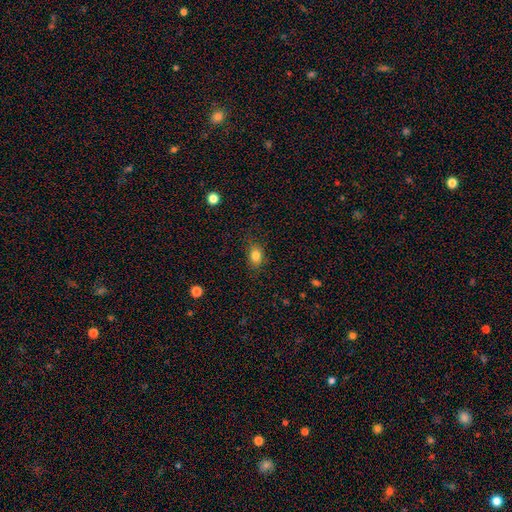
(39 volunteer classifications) This appears to be a smooth galaxy with no disk features (82%) that is in between round and cigar-shaped (81%). Merging: none (89%).